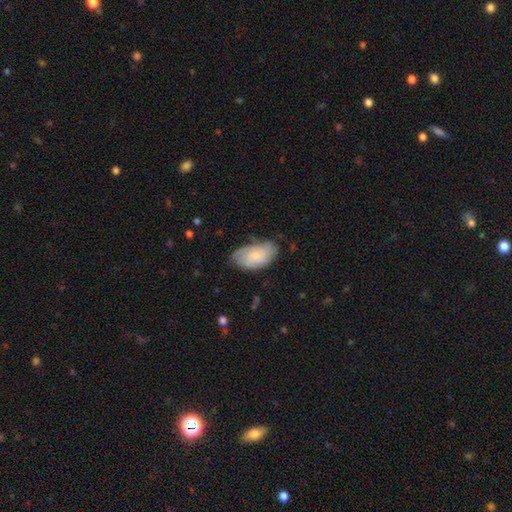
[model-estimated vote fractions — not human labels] Smooth or featured?
  - smooth: 60% *
  - featured or disk: 33%
  - star or artifact: 7%
How rounded?
  - in between: 93% *
  - round: 4%
  - cigar-shaped: 2%
Merging?
  - none: 60% *
  - minor disturbance: 30%
  - major disturbance: 8%
  - merger: 2%